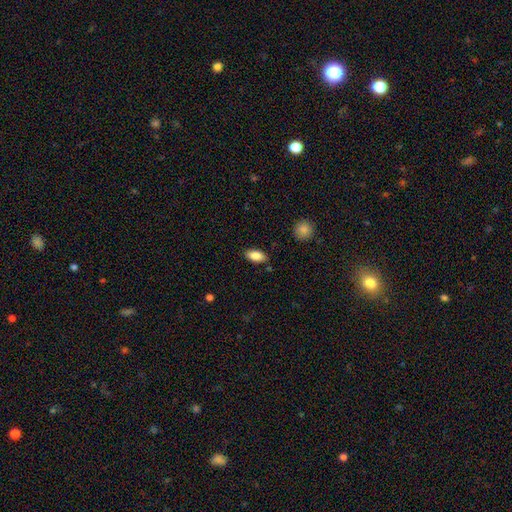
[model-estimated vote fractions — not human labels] Overall: smooth (85%). How rounded: in between (90%). Merging: none (85%).